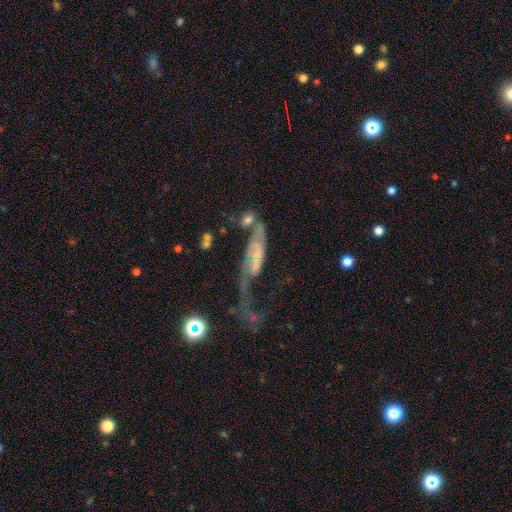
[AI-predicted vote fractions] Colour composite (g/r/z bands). It shows a featured or disk galaxy (66%) with no bar (58%), spiral arms (69%) and a small central bulge (53%). Merging: major disturbance (39%).